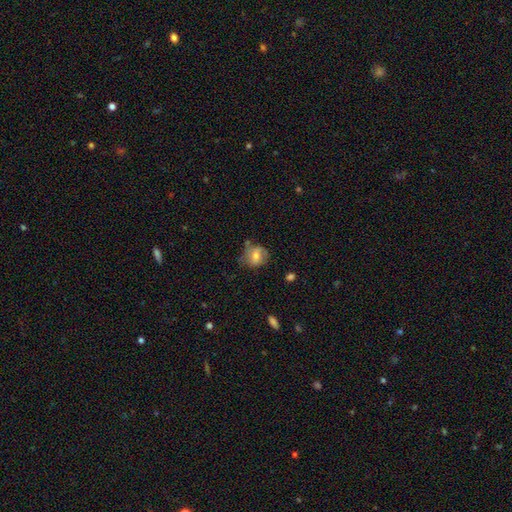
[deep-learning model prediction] A smooth galaxy with no disk features (59%) that is round (66%). Merging: none (56%).